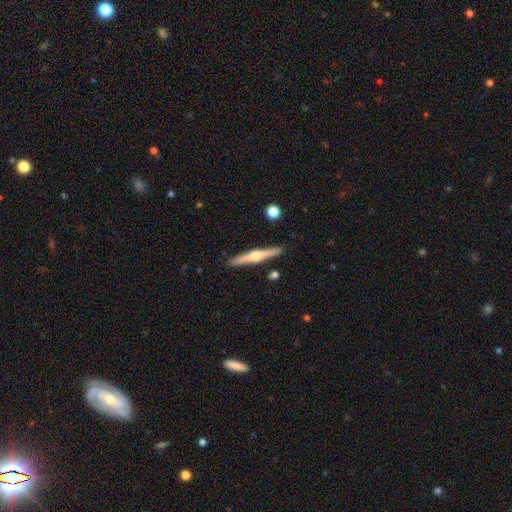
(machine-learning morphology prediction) Smooth or featured: featured or disk — 68% (smooth — 27%)
Edge-on disk: yes — 98% (no — 2%)
Edge-on bulge: rounded — 89% (boxy — 7%)
Merging: none — 90% (minor disturbance — 7%)